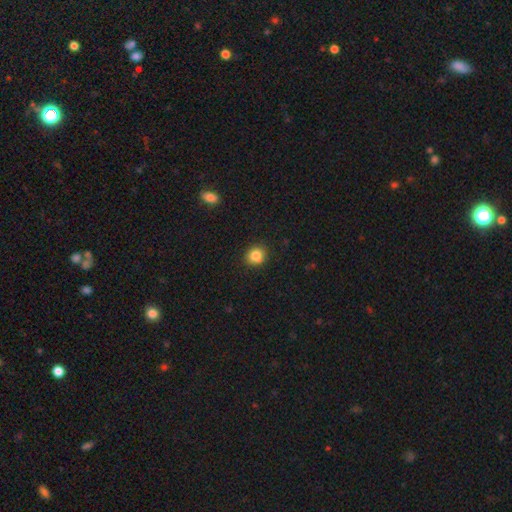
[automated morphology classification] Overall: smooth (84%). How rounded: round (81%). Merging: none (85%).